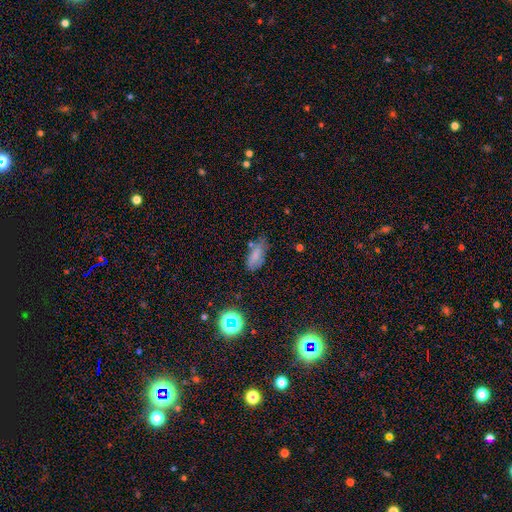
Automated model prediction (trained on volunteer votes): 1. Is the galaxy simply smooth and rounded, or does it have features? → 71% smooth, 15% star or artifact, 14% featured or disk.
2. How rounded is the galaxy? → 87% in between, 9% cigar-shaped, 4% round.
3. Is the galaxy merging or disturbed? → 61% none, 26% minor disturbance, 8% major disturbance, 5% merger.